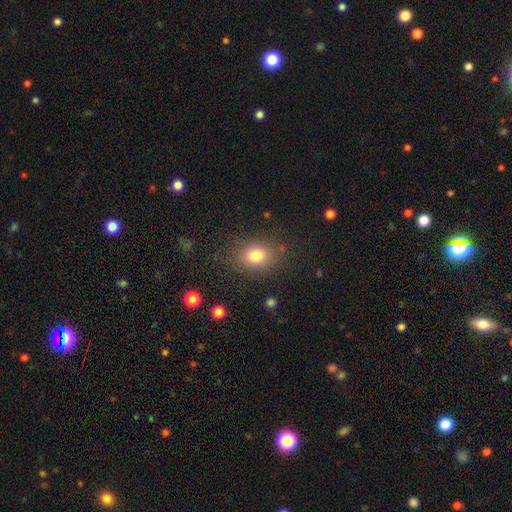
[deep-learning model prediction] The model was most divided on "how rounded": in between: 56%, round: 43%, cigar-shaped: 1%. More confident: merging — none (80%); smooth or featured — smooth (80%).